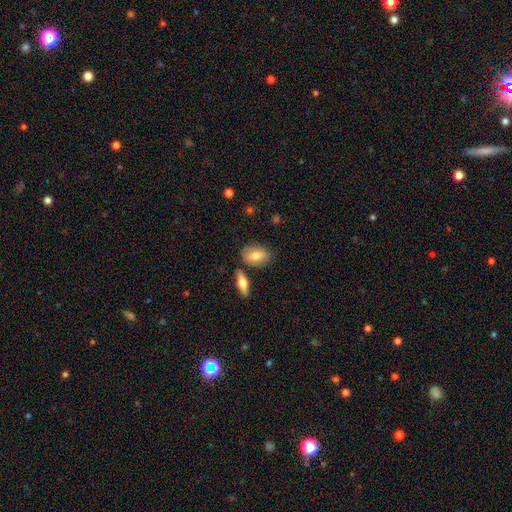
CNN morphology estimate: The model was most divided on "smooth or featured": smooth: 76%, featured or disk: 18%, star or artifact: 7%. More confident: how rounded — in between (82%); merging — none (74%).